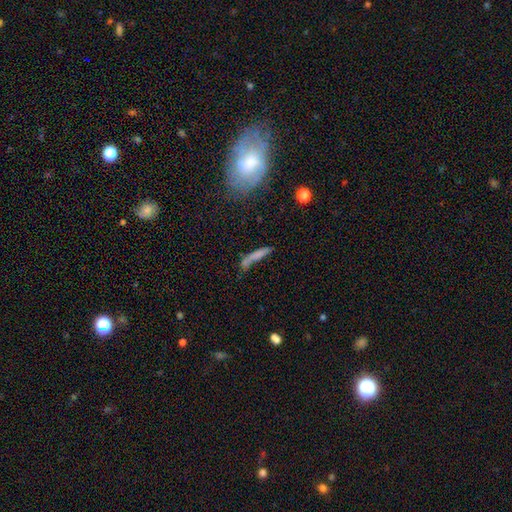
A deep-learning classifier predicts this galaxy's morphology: This is likely a smooth galaxy (66%). How rounded: clearly cigar-shaped (88%). Merging: possibly none (53%).